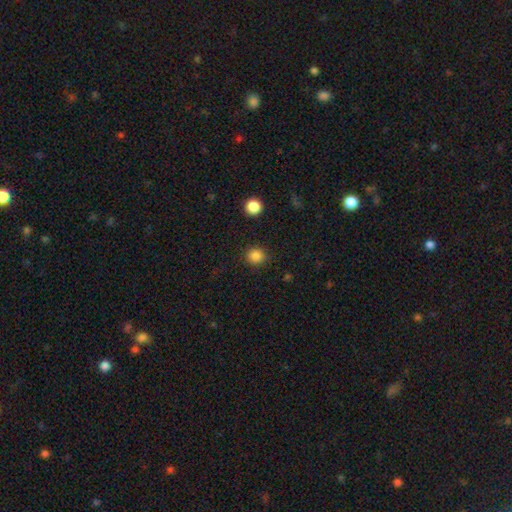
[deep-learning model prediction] Smooth or featured: smooth — 85% (star or artifact — 11%)
How rounded: round — 86% (in between — 13%)
Merging: none — 89% (minor disturbance — 7%)